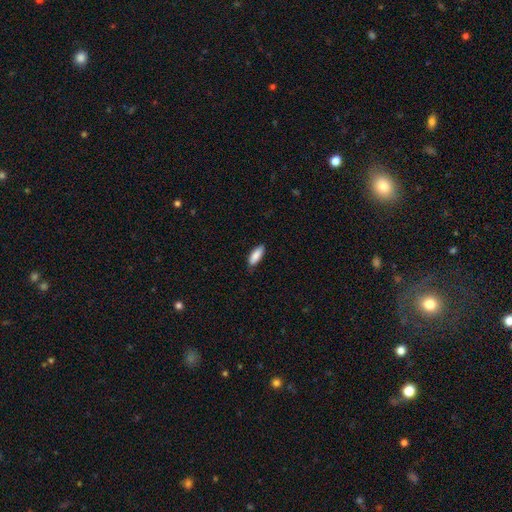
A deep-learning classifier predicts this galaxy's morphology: This is clearly a smooth galaxy (88%). How rounded: likely in between (70%). Merging: clearly none (82%).